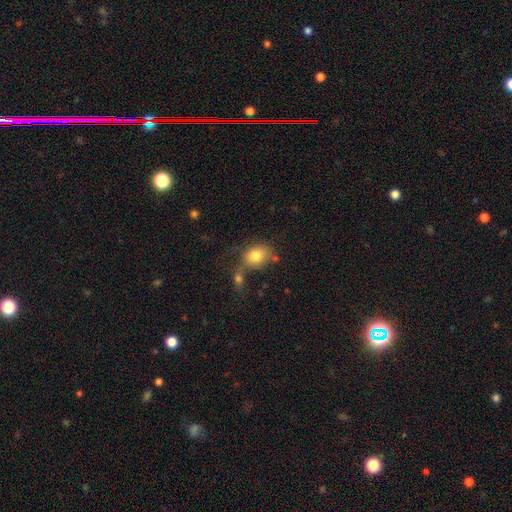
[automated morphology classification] Q: Smooth or featured?
A: smooth (79%); runner-up: featured or disk (11%)
Q: How rounded?
A: round (50%); runner-up: in between (49%)
Q: Merging?
A: none (47%); runner-up: merger (24%)